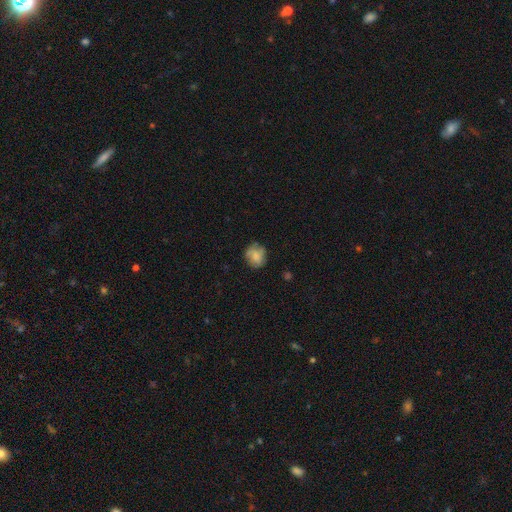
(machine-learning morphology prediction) smooth-or-featured: smooth: 74% | featured or disk: 17% | star or artifact: 9%
  how-rounded: round: 71% | in between: 28% | cigar-shaped: 1%
  merging: none: 70% | minor disturbance: 21% | major disturbance: 7% | merger: 2%